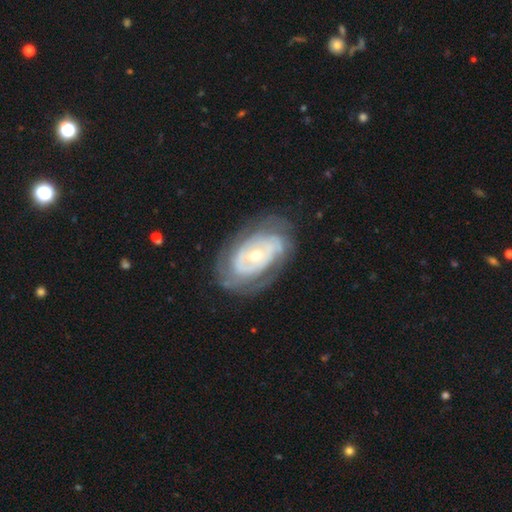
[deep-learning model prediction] The model was most divided on "bulge size": small: 53%, moderate: 43%, large: 2%, none: 1%, dominant: 1%. More confident: edge-on disk — no (95%); smooth or featured — featured or disk (79%); bar — no (75%); spiral arms — yes (73%); spiral winding — tight (71%); merging — none (69%); spiral arm count — can't tell (52%).